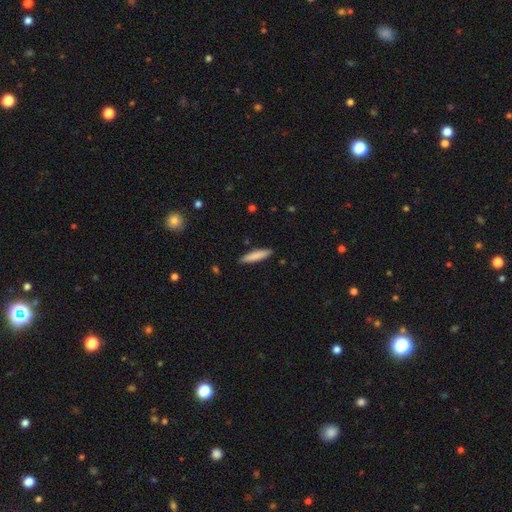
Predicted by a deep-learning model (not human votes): Overall: smooth (82%). How rounded: cigar-shaped (87%). Merging: none (90%).